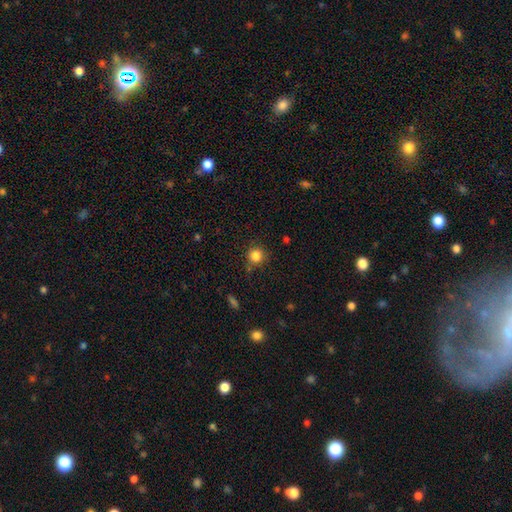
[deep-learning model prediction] The model was most divided on "merging": none: 82%, minor disturbance: 11%, merger: 4%, major disturbance: 3%. More confident: how rounded — round (92%); smooth or featured — smooth (83%).